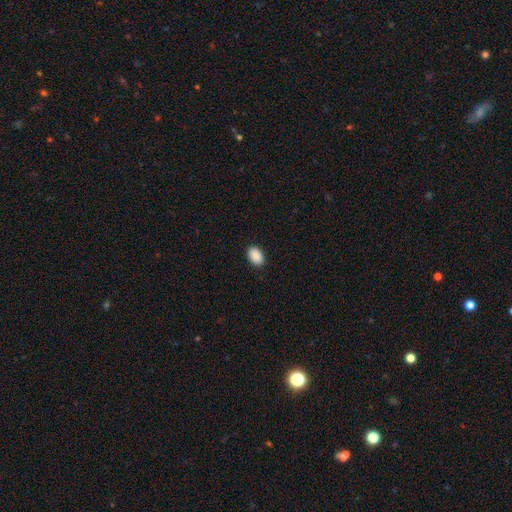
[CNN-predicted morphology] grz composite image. It shows a smooth galaxy with no disk features (91%) that is in between round and cigar-shaped (90%). Merging: none (90%).